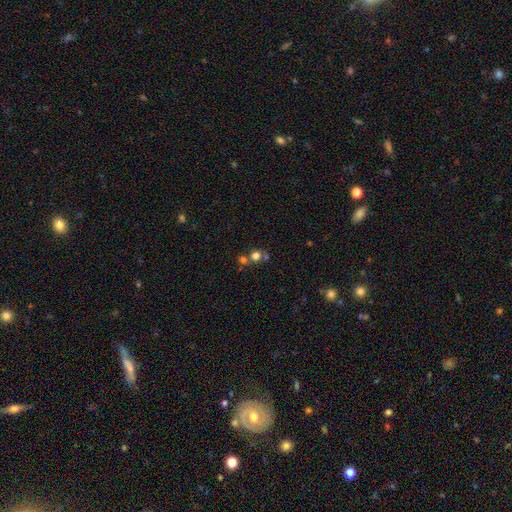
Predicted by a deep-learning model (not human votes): A smooth galaxy with no disk features (68%) that is round (85%). Merging: none (56%).